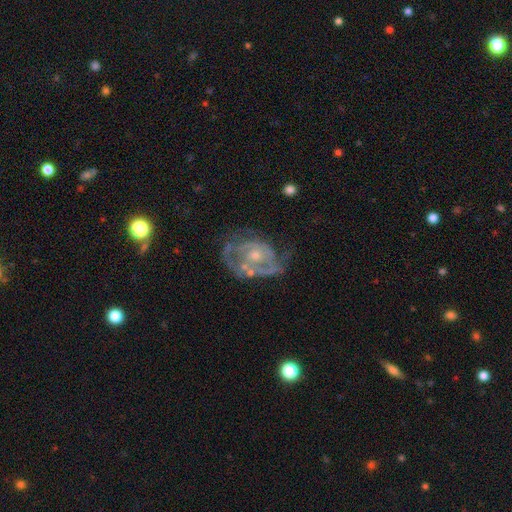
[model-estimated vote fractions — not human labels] Overall: featured or disk (82%). Edge-on disk: no (97%). Bar: no (76%). Spiral arms: yes (76%). Spiral arm count: 2 (38%; can't tell 33%). Spiral winding: tight (48%; medium 37%). Bulge size: small (57%; moderate 36%). Merging: none (44%; major disturbance 25%).